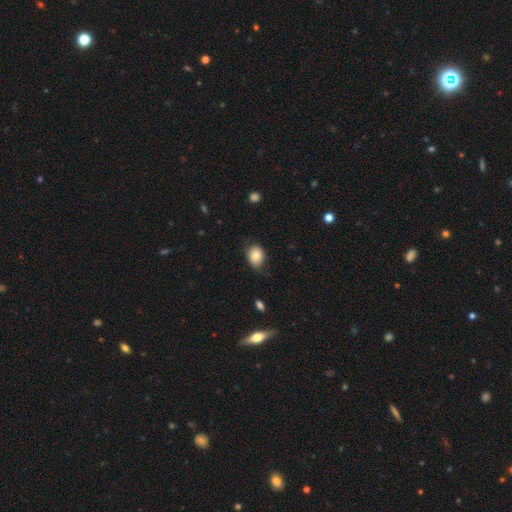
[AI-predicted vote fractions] Smooth or featured?
  - smooth: 82% *
  - featured or disk: 10%
  - star or artifact: 9%
How rounded?
  - in between: 60% *
  - round: 39%
  - cigar-shaped: 1%
Merging?
  - none: 70% *
  - minor disturbance: 23%
  - major disturbance: 5%
  - merger: 1%